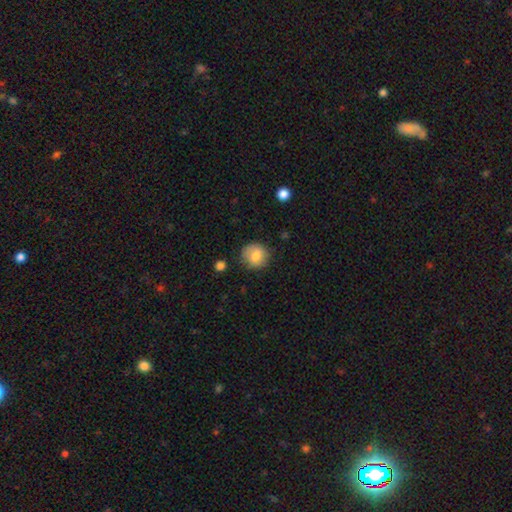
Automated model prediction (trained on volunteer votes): This appears to be a smooth galaxy with no disk features (80%) that is round (85%). Merging: none (77%).